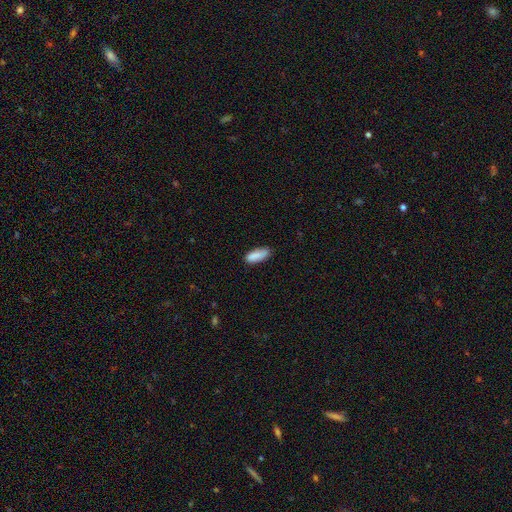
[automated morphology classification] The model was most divided on "how rounded": in between: 66%, cigar-shaped: 32%, round: 2%. More confident: smooth or featured — smooth (87%); merging — none (73%).